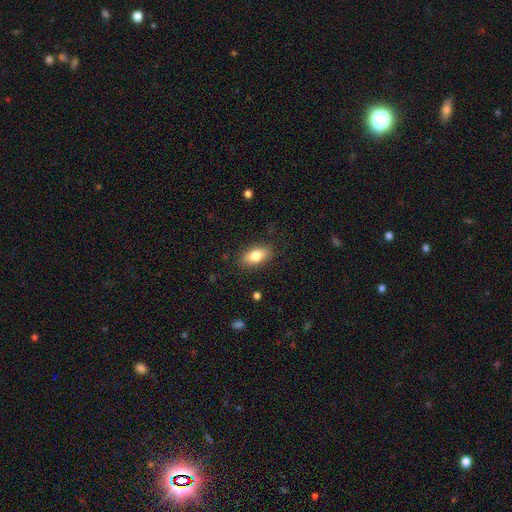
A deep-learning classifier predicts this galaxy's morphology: Q: Smooth or featured?
A: smooth (78%); runner-up: featured or disk (15%)
Q: How rounded?
A: in between (87%); runner-up: cigar-shaped (8%)
Q: Merging?
A: none (86%); runner-up: minor disturbance (10%)